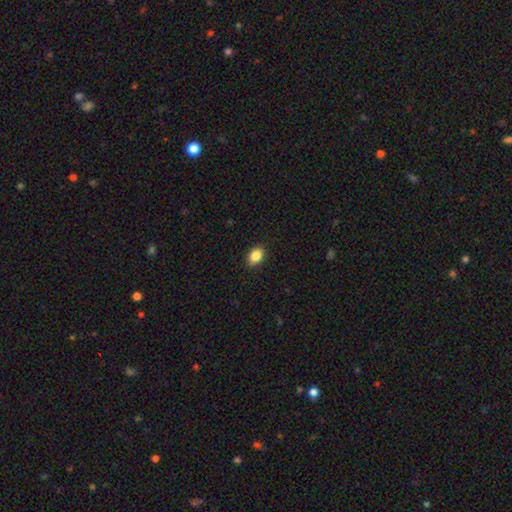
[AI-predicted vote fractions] Smooth or featured: smooth — 87% (star or artifact — 9%)
How rounded: in between — 74% (round — 25%)
Merging: none — 89% (minor disturbance — 8%)